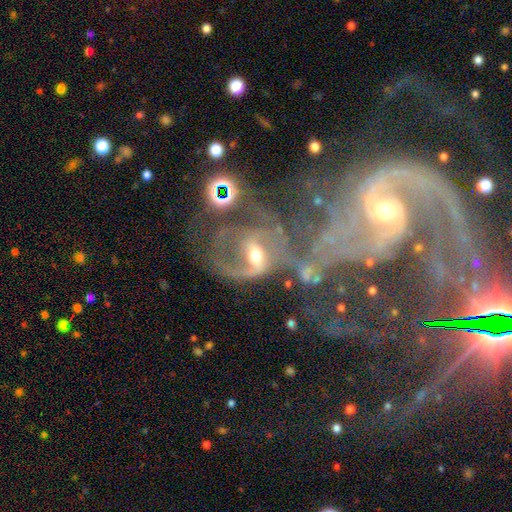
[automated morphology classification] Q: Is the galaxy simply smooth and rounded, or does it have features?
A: featured or disk — 77%.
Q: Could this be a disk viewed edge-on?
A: no — 97%.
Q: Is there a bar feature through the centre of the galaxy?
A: no — 45%.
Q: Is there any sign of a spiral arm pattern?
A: yes — 82%.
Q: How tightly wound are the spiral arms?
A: medium — 40%.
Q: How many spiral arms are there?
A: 2 — 58%.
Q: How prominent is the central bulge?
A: moderate — 48%.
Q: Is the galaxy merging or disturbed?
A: merger — 54%.